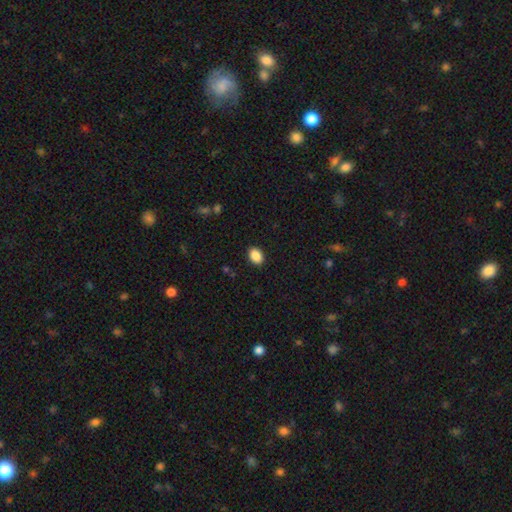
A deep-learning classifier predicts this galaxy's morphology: This appears to be a smooth galaxy with no disk features (89%) that is in between round and cigar-shaped (79%). Merging: none (90%).